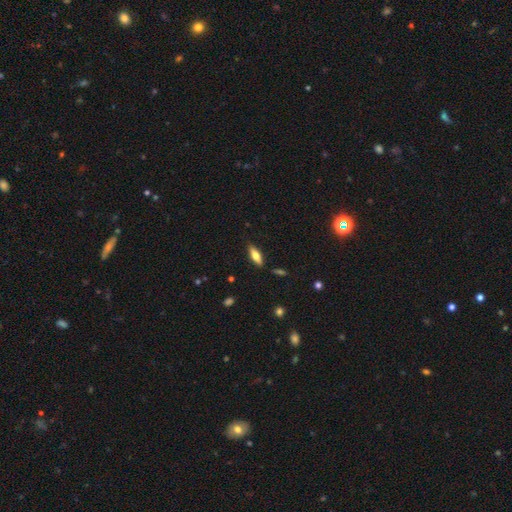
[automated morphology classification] This is likely a smooth galaxy (62%). How rounded: possibly in between (58%). Merging: clearly none (87%).